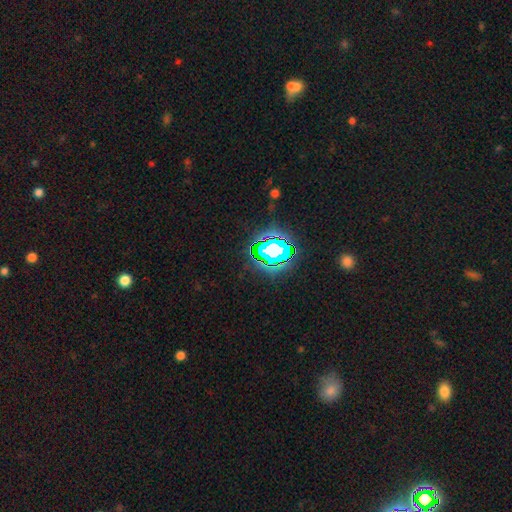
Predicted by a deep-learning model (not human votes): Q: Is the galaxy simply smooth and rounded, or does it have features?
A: star or artifact — 77%.